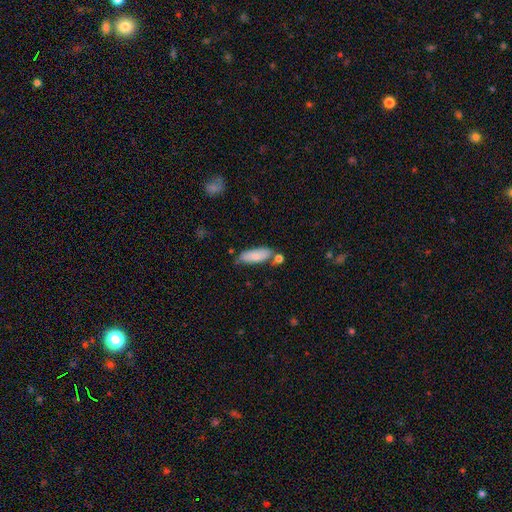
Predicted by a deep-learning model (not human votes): This is clearly a smooth galaxy (80%). How rounded: likely in between (64%). Merging: likely none (64%).